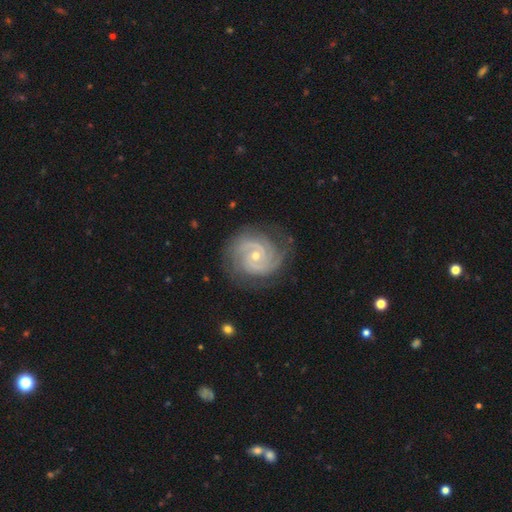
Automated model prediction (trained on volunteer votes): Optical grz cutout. It shows a featured or disk galaxy (90%) with no bar (62%), 2 (54%) tight (65%) spiral arms (98%) and a small central bulge (60%). Merging: none (80%).